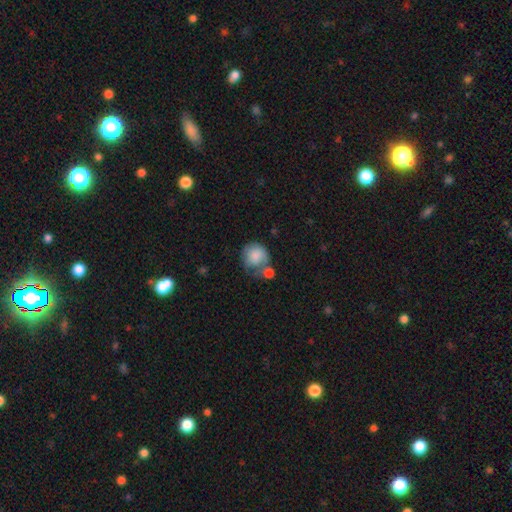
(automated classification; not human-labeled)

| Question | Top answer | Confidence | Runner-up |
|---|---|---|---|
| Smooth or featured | smooth | 79% | featured or disk (14%) |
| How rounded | round | 81% | in between (18%) |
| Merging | none | 38% | merger (27%) |